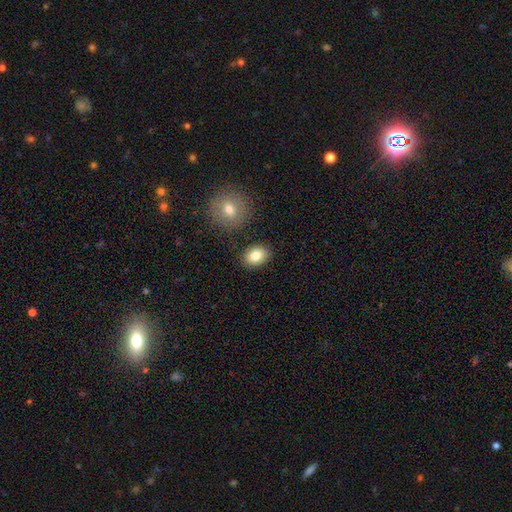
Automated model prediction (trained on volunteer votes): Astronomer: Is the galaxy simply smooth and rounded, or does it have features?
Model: smooth — 81%.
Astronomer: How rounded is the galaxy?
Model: in between — 69%.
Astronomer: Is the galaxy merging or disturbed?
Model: none — 84%.